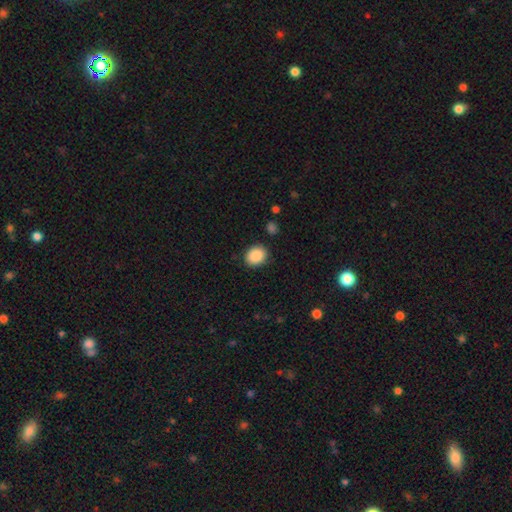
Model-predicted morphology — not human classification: This is clearly a smooth galaxy (89%). How rounded: likely round (61%). Merging: clearly none (87%).